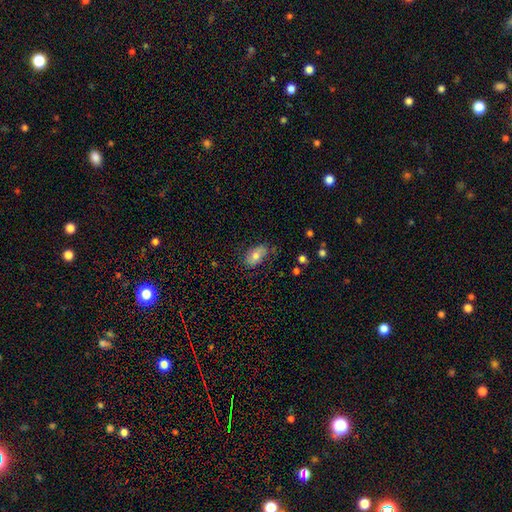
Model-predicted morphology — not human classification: A smooth galaxy with no disk features (73%) that is in between round and cigar-shaped (90%). Merging: none (71%).